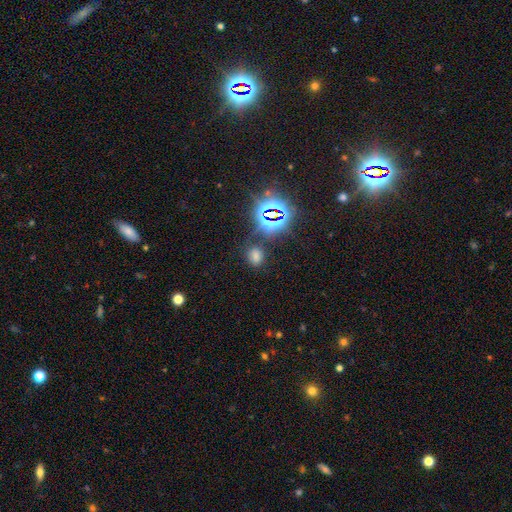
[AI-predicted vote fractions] This appears to be a smooth galaxy with no disk features (57%) that is in between round and cigar-shaped (59%). Merging: none (77%).